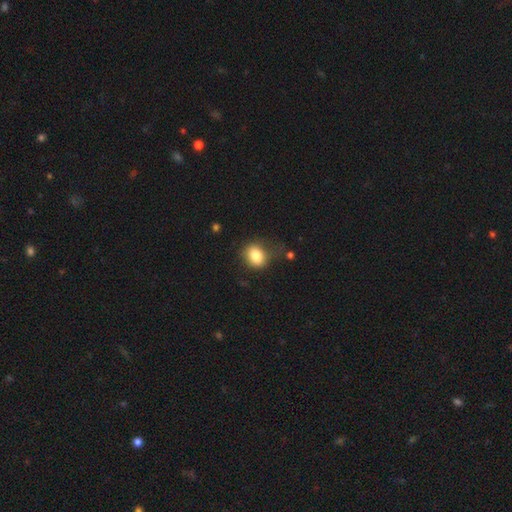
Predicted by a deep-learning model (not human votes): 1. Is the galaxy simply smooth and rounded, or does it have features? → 82% smooth, 10% star or artifact, 9% featured or disk.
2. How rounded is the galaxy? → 50% in between, 49% round, 1% cigar-shaped.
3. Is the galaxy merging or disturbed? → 62% none, 24% minor disturbance, 11% major disturbance, 3% merger.